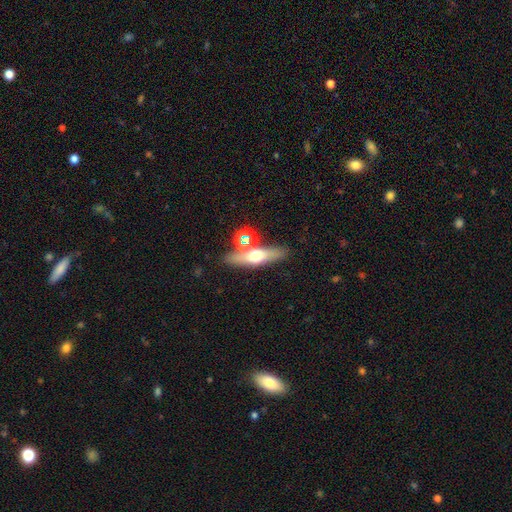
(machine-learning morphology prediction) Q: Smooth or featured?
A: featured or disk (46%); runner-up: smooth (42%)
Q: Merging?
A: none (71%); runner-up: merger (15%)